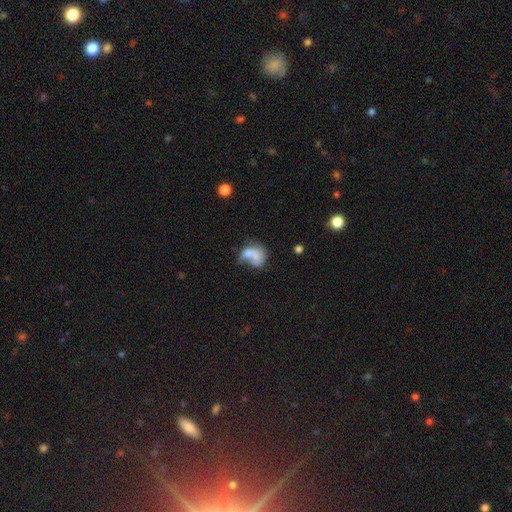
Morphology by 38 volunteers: Smooth or featured? 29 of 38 (76%) said smooth. How rounded? 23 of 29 (79%) said in between. Merging? 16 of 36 (44%) said merger.